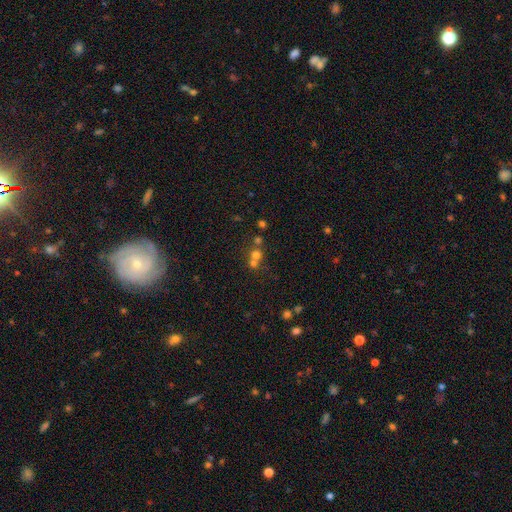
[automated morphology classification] This appears to be a smooth galaxy with no disk features (62%) that is round (87%). Merging: merger (48%).